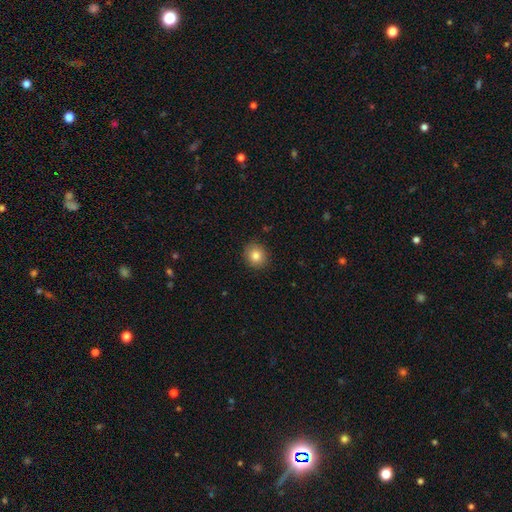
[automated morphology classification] smooth-or-featured: smooth: 83% | star or artifact: 10% | featured or disk: 7%
  how-rounded: round: 80% | in between: 19% | cigar-shaped: 1%
  merging: none: 90% | minor disturbance: 7% | major disturbance: 2% | merger: 1%